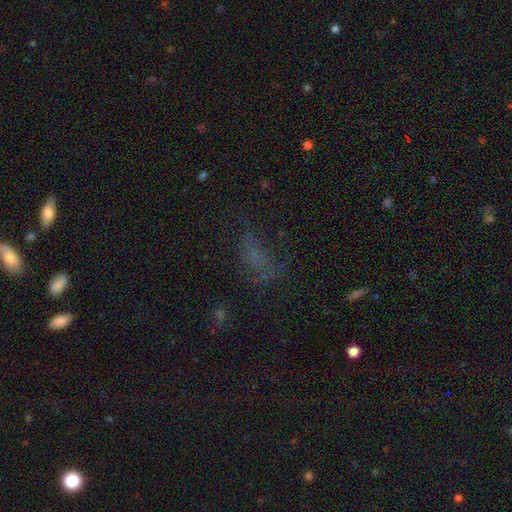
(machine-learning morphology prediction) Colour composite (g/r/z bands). It shows a smooth galaxy with no disk features (48%). Merging: none (46%).